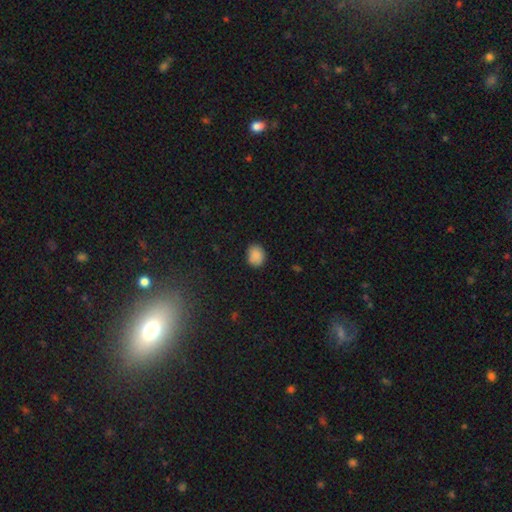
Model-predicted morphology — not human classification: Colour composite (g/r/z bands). It shows a smooth galaxy with no disk features (88%) that is round (50%). Merging: none (84%).